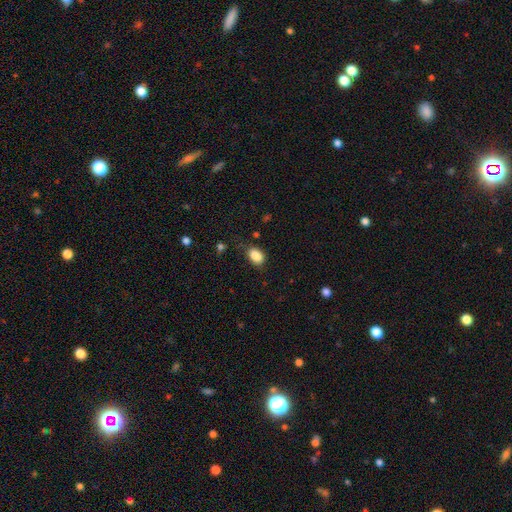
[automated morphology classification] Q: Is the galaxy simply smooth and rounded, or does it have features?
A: smooth — 87%.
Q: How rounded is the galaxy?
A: in between — 83%.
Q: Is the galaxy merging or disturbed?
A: none — 70%.